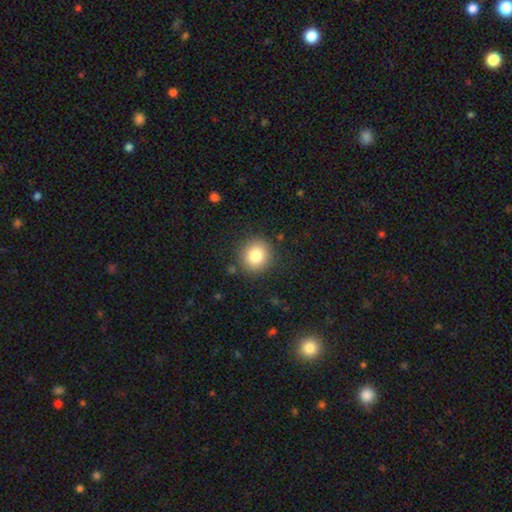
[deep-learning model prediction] Q: Smooth or featured?
A: smooth (83%); runner-up: star or artifact (10%)
Q: How rounded?
A: round (87%); runner-up: in between (12%)
Q: Merging?
A: none (88%); runner-up: minor disturbance (8%)